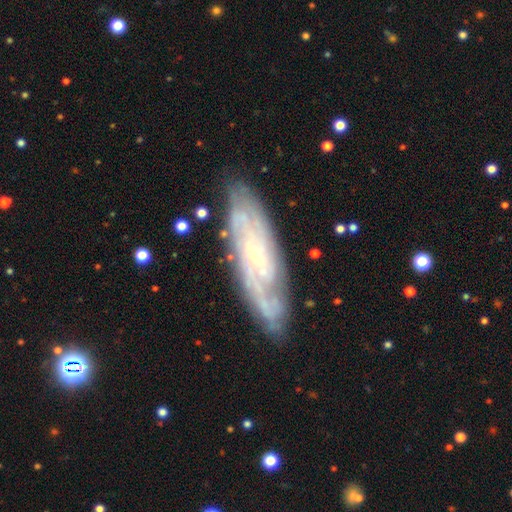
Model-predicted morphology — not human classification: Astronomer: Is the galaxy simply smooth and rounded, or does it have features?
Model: featured or disk — 83%.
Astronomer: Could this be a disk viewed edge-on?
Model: no — 84%.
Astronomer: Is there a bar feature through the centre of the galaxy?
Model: no — 69%.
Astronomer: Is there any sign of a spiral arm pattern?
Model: yes — 95%.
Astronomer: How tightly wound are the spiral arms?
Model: tight — 66%.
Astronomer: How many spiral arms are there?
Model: can't tell — 42% (runner-up: 2, 19%).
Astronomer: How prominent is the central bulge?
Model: small — 83%.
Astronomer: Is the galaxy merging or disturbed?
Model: none — 81%.